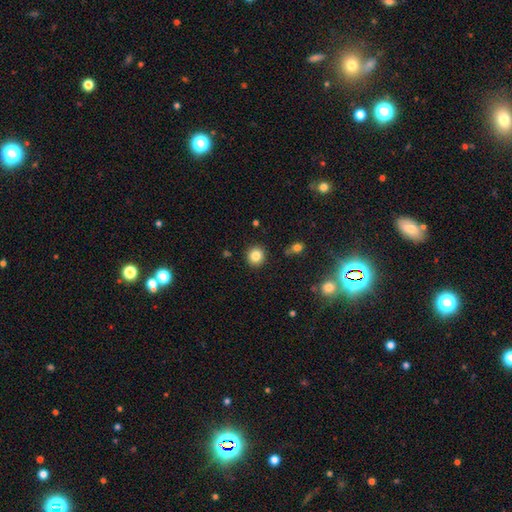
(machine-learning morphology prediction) Overall: smooth (83%). How rounded: round (90%). Merging: none (90%).